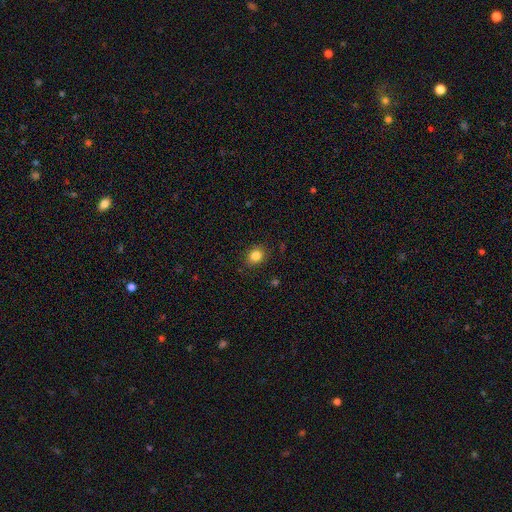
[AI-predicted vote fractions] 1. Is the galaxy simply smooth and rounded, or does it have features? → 84% smooth, 11% star or artifact, 6% featured or disk.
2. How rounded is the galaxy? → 58% round, 41% in between, 1% cigar-shaped.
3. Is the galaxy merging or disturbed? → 86% none, 10% minor disturbance, 3% major disturbance, 1% merger.